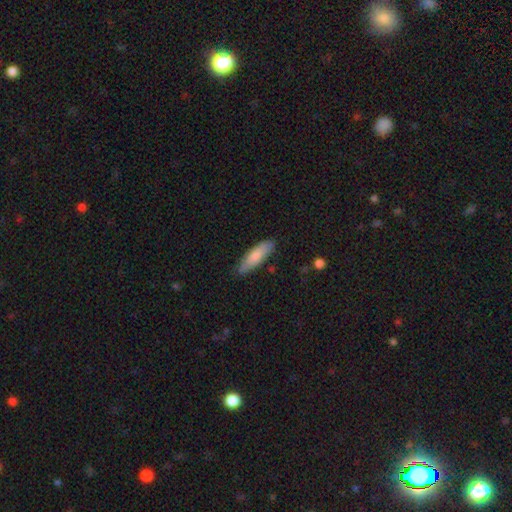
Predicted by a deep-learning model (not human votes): A smooth galaxy with no disk features (78%) that is cigar-shaped (57%).

Vote fractions:
- Smooth or featured? smooth: 78% / featured or disk: 17% / star or artifact: 5%
- How rounded? cigar-shaped: 57% / in between: 41% / round: 2%
- Merging? none: 82% / minor disturbance: 14% / major disturbance: 2% / merger: 1%